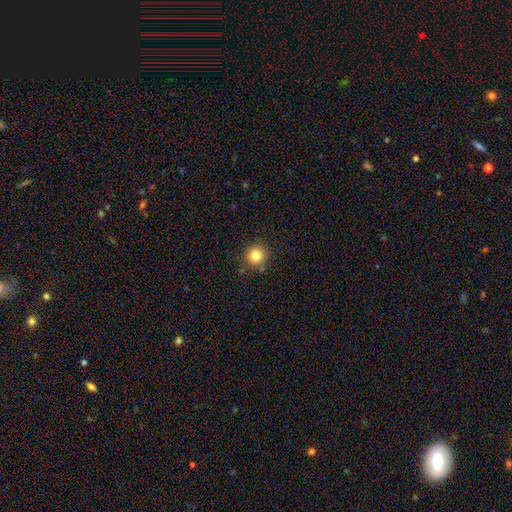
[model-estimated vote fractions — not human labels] This appears to be a smooth galaxy with no disk features (83%) that is round (92%). Merging: none (86%).